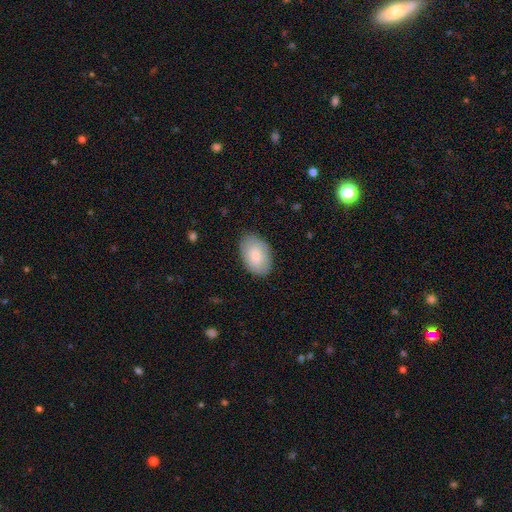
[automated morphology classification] smooth 77%, featured or disk 17%, star or artifact 6%. Down the decision tree: how rounded — in between (92%); merging — none (83%).